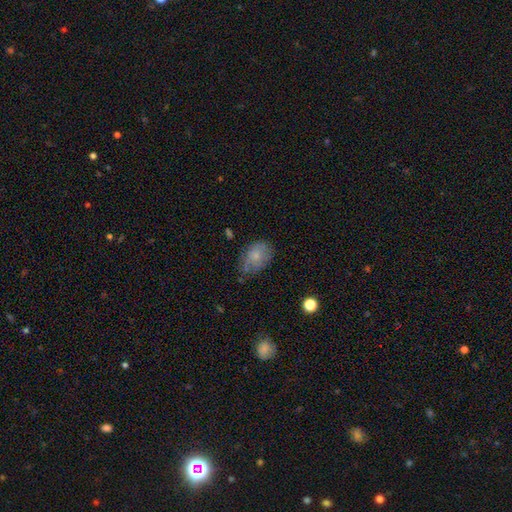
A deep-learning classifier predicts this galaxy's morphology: smooth_or_featured: smooth (p=0.68) [alt: featured or disk p=0.24]
how_rounded: in between (p=0.79) [alt: round p=0.19]
merging: none (p=0.55) [alt: minor disturbance p=0.32]